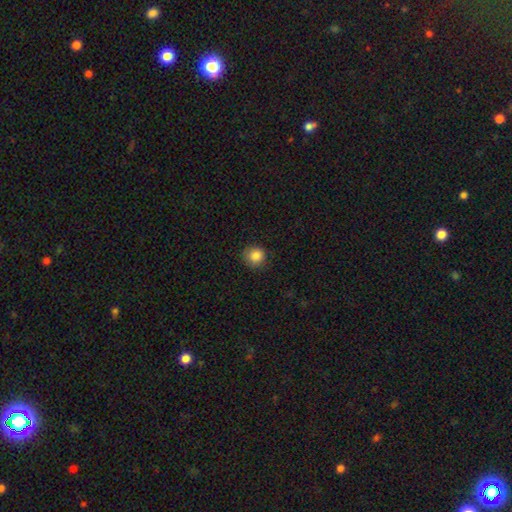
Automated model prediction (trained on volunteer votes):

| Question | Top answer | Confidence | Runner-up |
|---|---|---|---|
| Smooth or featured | smooth | 86% | star or artifact (10%) |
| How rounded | round | 91% | in between (8%) |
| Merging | none | 83% | minor disturbance (13%) |